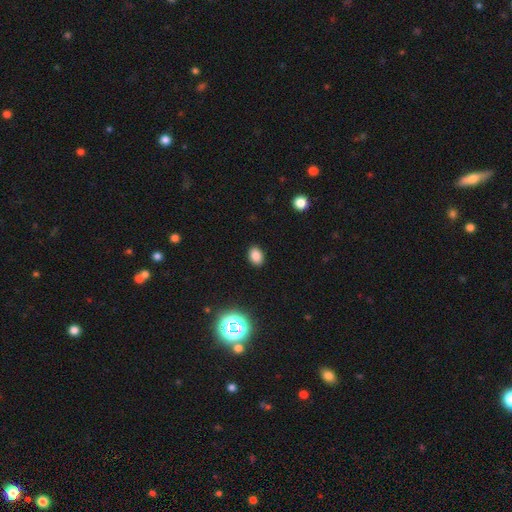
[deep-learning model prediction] Q: Smooth or featured?
A: smooth (82%); runner-up: star or artifact (13%)
Q: How rounded?
A: in between (77%); runner-up: round (21%)
Q: Merging?
A: none (89%); runner-up: minor disturbance (8%)